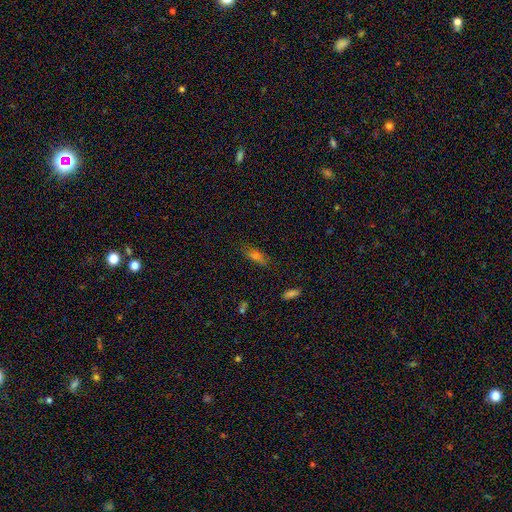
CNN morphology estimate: Smooth or featured? smooth (62%)
How rounded? in between (64%)
Merging? none (79%)